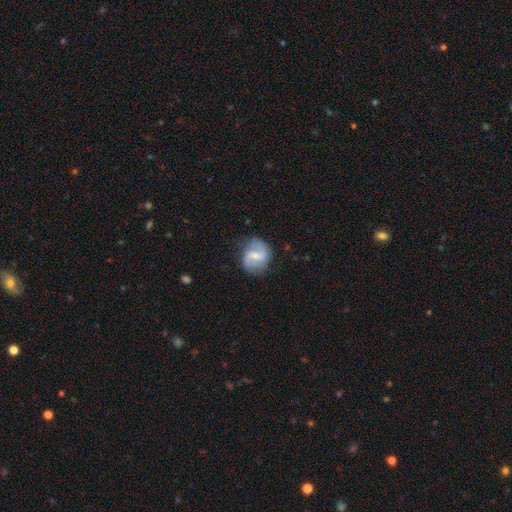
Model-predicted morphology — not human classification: Smooth or featured? Predicted: featured or disk (p=0.77). Edge-on disk? Predicted: no (p=0.98). Bar? Predicted: weak (p=0.56). Spiral arms? Predicted: yes (p=0.93). Spiral winding? Predicted: medium (p=0.45). Spiral arm count? Predicted: 2 (p=0.89). Bulge size? Predicted: small (p=0.48). Merging? Predicted: none (p=0.75).